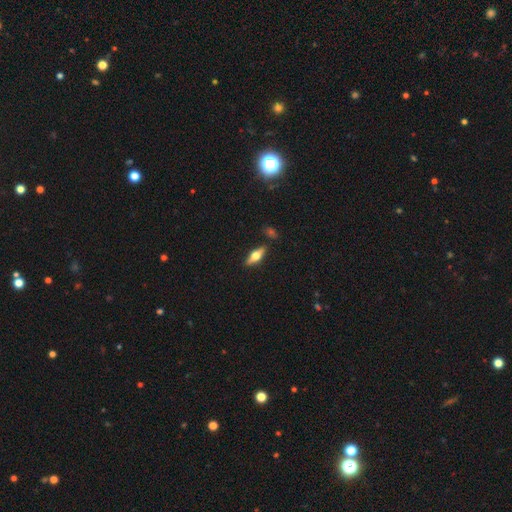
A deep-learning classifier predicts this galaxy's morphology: A featured or disk galaxy (55%) viewed edge-on (92%) with a rounded central bulge (95%). Merging: none (85%).